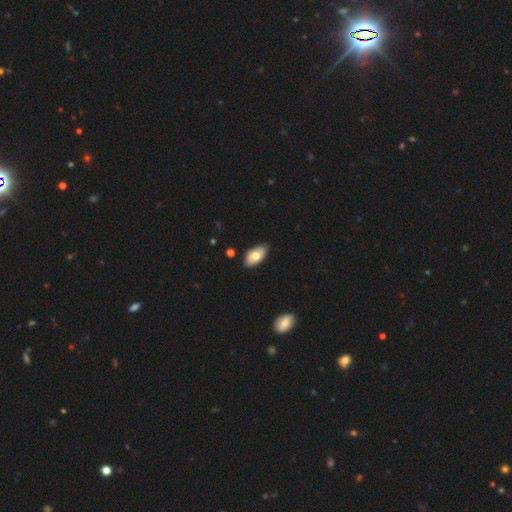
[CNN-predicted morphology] Overall: smooth (73%). How rounded: in between (94%). Merging: none (85%).